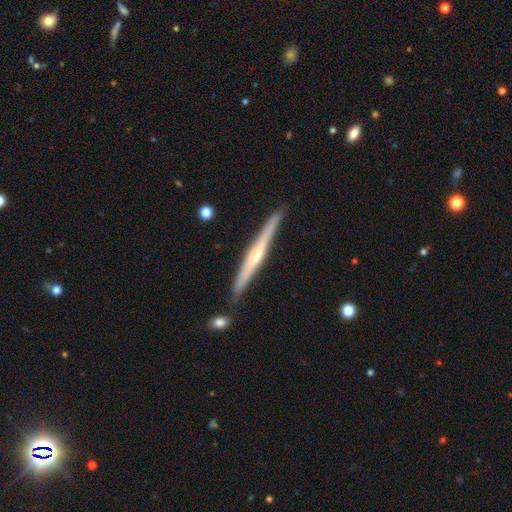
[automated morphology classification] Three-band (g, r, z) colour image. It shows a featured or disk galaxy (69%) viewed edge-on (97%) with a rounded central bulge (60%). Merging: none (86%).